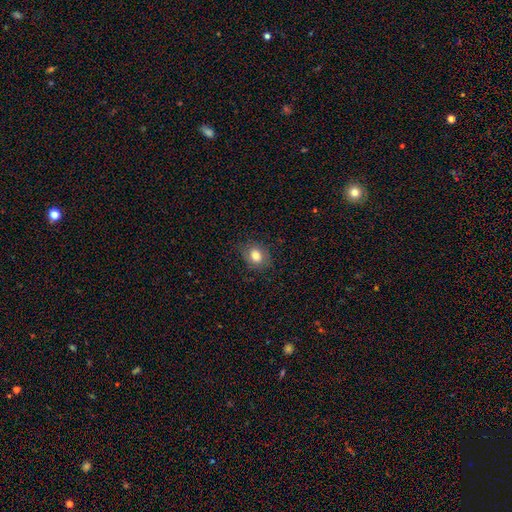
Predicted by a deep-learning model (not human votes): The model was most divided on "how rounded": in between: 54%, round: 45%, cigar-shaped: 1%. More confident: smooth or featured — smooth (81%); merging — none (78%).